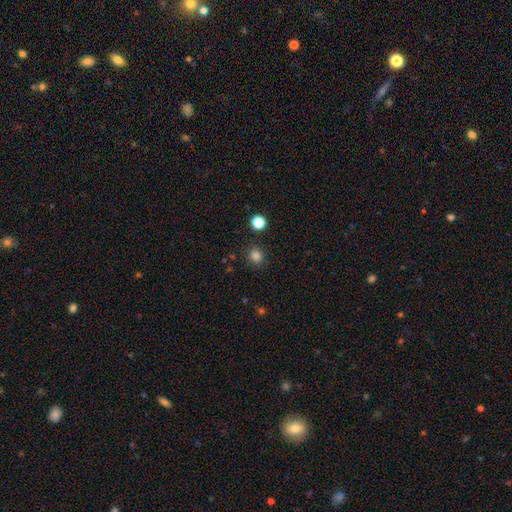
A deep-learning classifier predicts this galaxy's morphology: Overall: smooth (83%). How rounded: round (90%). Merging: none (88%).